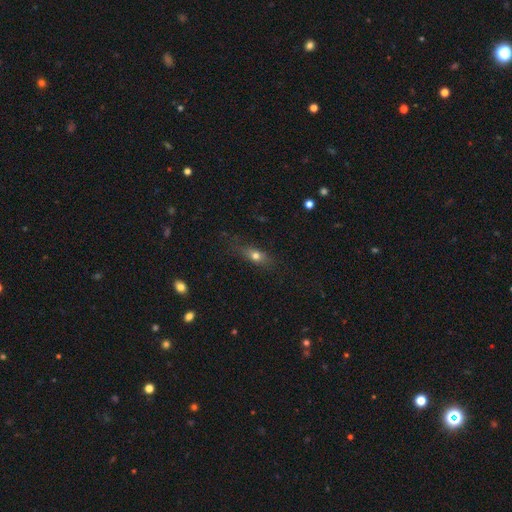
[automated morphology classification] smooth_or_featured: smooth (p=0.67) [alt: featured or disk p=0.21]
how_rounded: in between (p=0.58) [alt: cigar-shaped p=0.28]
merging: none (p=0.71) [alt: minor disturbance p=0.20]